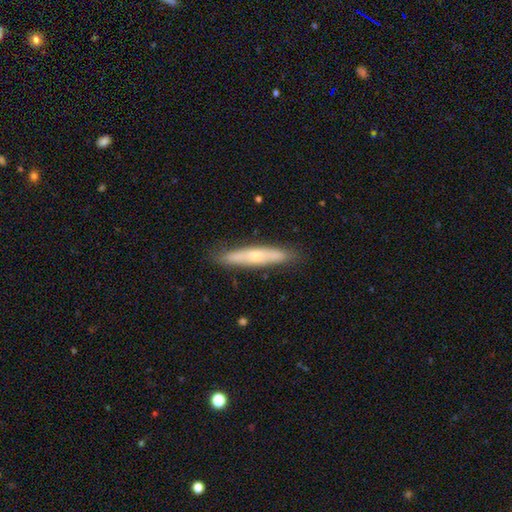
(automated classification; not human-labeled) Smooth or featured: featured or disk — 48% (smooth — 45%)
Merging: none — 85% (minor disturbance — 11%)